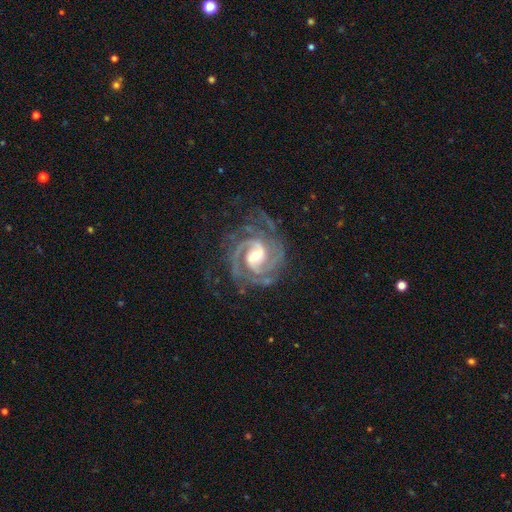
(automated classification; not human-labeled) Overall: featured or disk (93%). Edge-on disk: no (98%). Bar: weak (48%; no 26%). Spiral arms: yes (99%). Spiral arm count: 2 (55%; 3 25%). Spiral winding: tight (58%; medium 38%). Bulge size: moderate (58%; small 33%). Merging: none (70%).